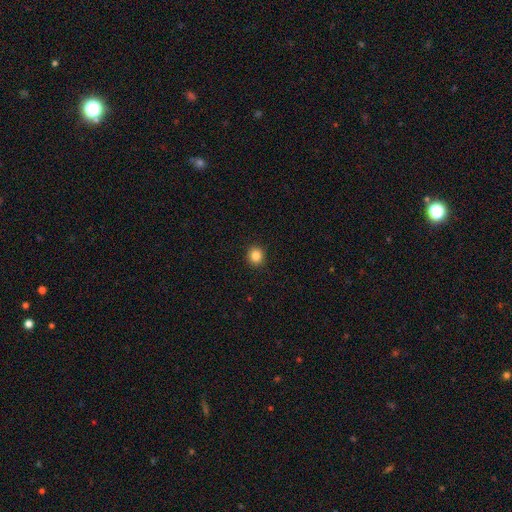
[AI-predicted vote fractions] Smooth or featured? Predicted: smooth (p=0.85). How rounded? Predicted: round (p=0.89). Merging? Predicted: none (p=0.92).